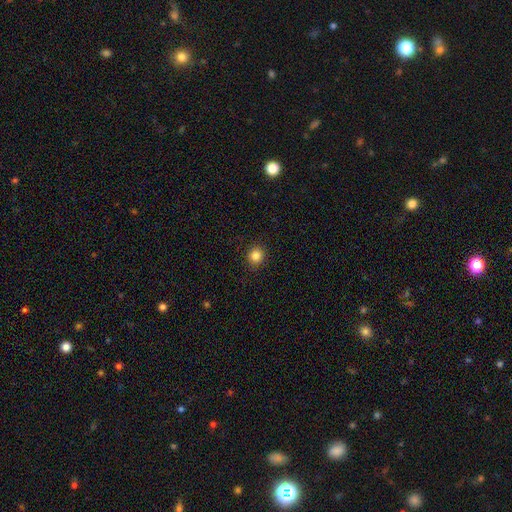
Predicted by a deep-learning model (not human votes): Q: Smooth or featured?
A: smooth (85%); runner-up: star or artifact (11%)
Q: How rounded?
A: round (88%); runner-up: in between (11%)
Q: Merging?
A: none (90%); runner-up: minor disturbance (7%)